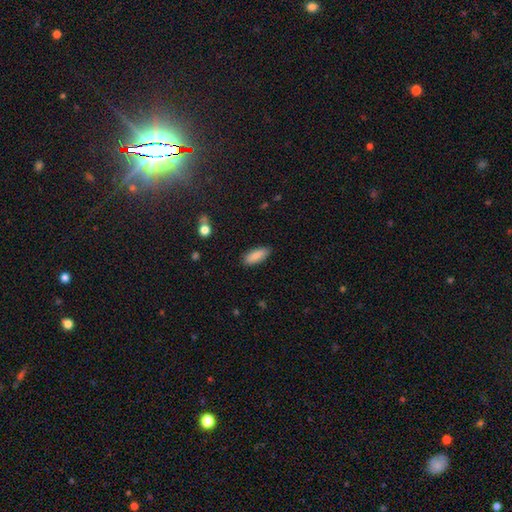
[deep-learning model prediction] This is clearly a smooth galaxy (87%). How rounded: likely in between (71%). Merging: clearly none (86%).